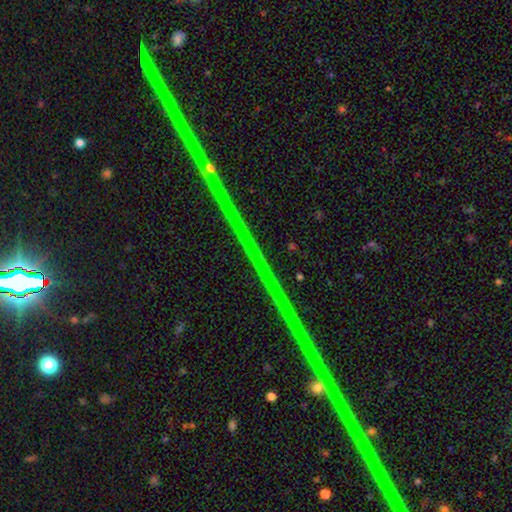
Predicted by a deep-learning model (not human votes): Smooth or featured: star or artifact — 87% (featured or disk — 8%)